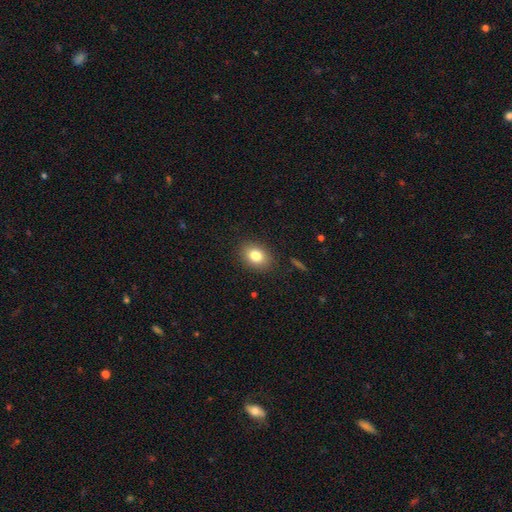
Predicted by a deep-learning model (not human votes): Smooth or featured? smooth (81%)
How rounded? in between (66%)
Merging? none (87%)